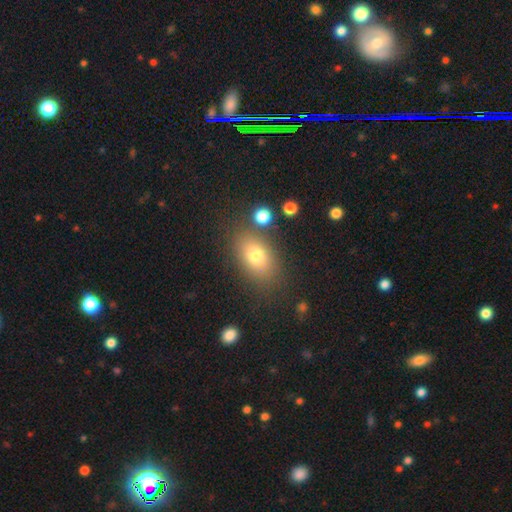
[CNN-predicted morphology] smooth 75%, featured or disk 13%, star or artifact 12%. Down the decision tree: how rounded — in between (82%); merging — none (79%).